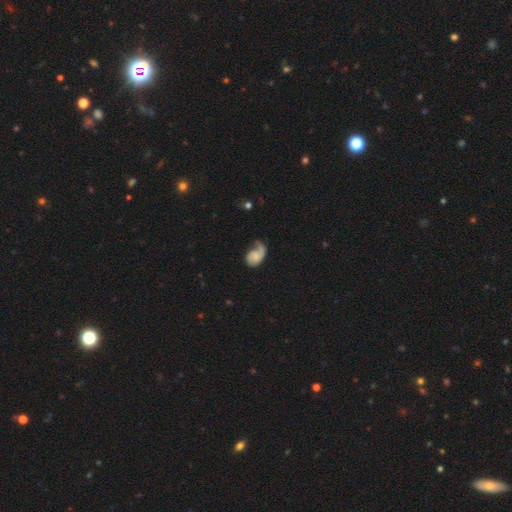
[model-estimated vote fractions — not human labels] This is likely a featured or disk galaxy (61%). It is clearly not viewed edge-on (98%). Bar: likely no (69%). Spiral arm pattern: clearly yes (90%). Spiral arm count: likely 1 (66%). Spiral winding: marginally loose (40%). Central bulge: marginally none (40%). Merging: marginally none (37%).